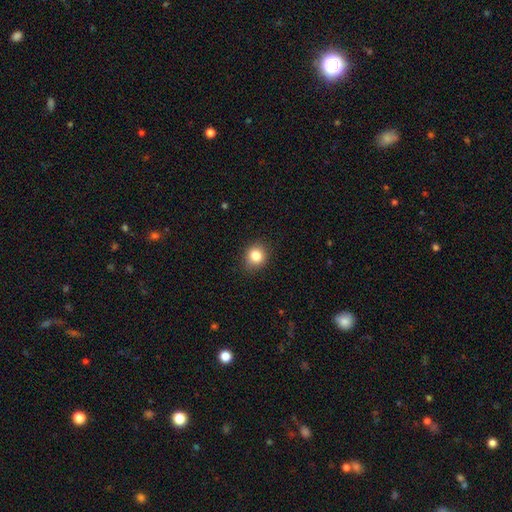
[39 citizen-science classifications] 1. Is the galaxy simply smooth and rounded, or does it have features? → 85% smooth, 10% featured or disk, 5% star or artifact.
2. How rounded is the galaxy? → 79% round, 21% in between, 0% cigar-shaped.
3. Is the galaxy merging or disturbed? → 86% none, 8% minor disturbance, 3% major disturbance, 3% merger.